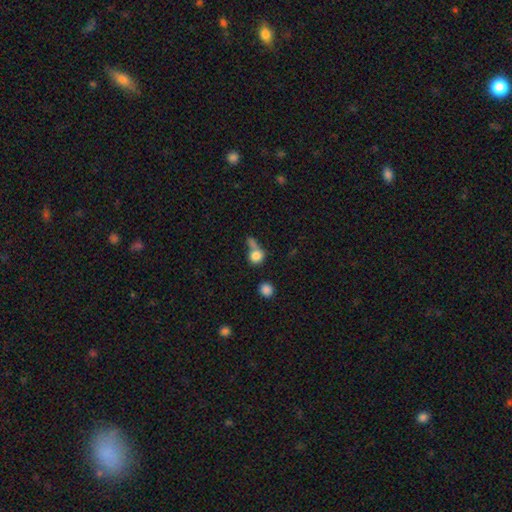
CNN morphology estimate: Overall: smooth (81%). How rounded: round (76%). Merging: merger (43%; none 36%).